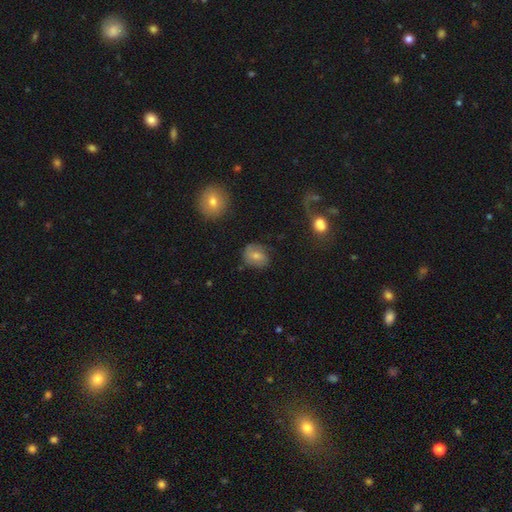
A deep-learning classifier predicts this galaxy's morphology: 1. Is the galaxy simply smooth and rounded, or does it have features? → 63% smooth, 27% featured or disk, 10% star or artifact.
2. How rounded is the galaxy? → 52% round, 47% in between, 1% cigar-shaped.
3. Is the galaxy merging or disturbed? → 64% none, 25% minor disturbance, 9% major disturbance, 2% merger.